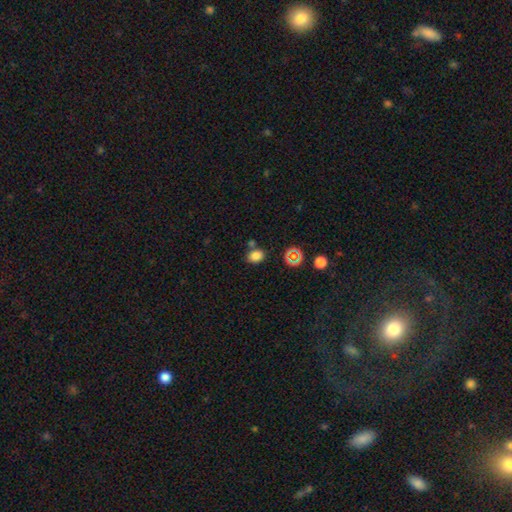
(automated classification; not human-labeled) Smooth or featured? smooth (78%)
How rounded? in between (52%)
Merging? none (70%)